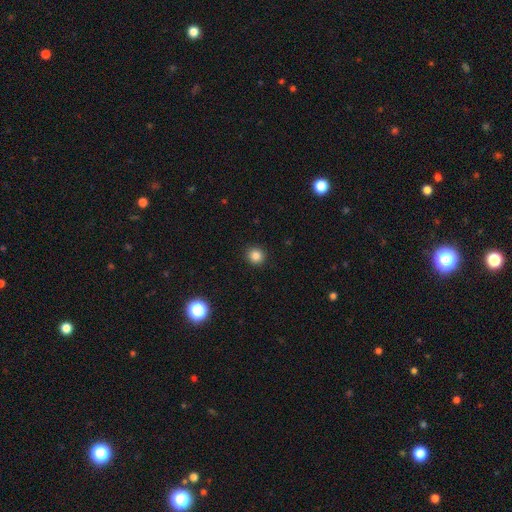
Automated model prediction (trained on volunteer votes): Overall: smooth (84%). How rounded: round (92%). Merging: none (92%).